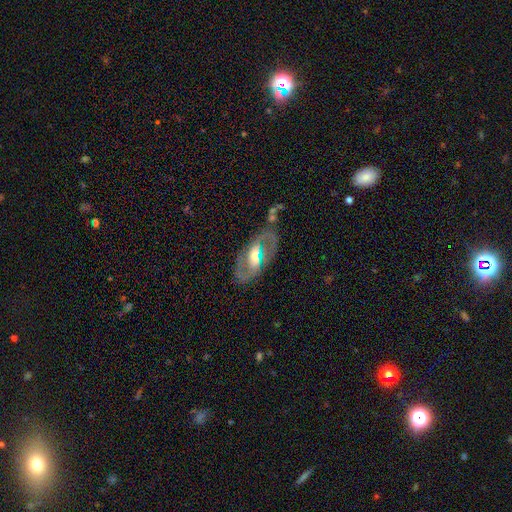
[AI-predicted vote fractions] Q: Smooth or featured?
A: featured or disk (75%); runner-up: smooth (19%)
Q: Edge-on disk?
A: no (90%); runner-up: yes (10%)
Q: Bar?
A: weak (42%); runner-up: no (33%)
Q: Spiral arms?
A: yes (71%); runner-up: no (29%)
Q: Bulge size?
A: moderate (68%); runner-up: small (16%)
Q: Merging?
A: none (74%); runner-up: minor disturbance (15%)